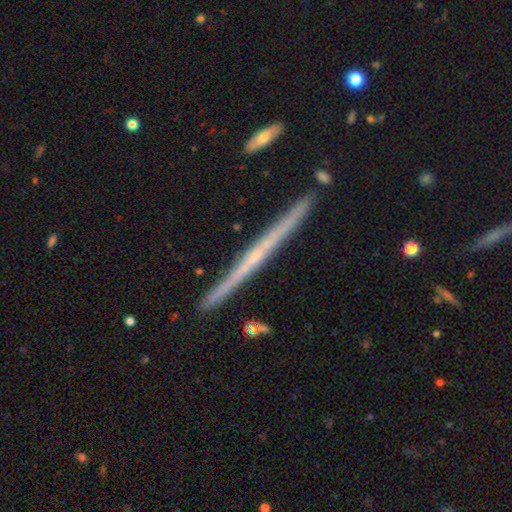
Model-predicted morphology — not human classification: The model was most divided on "edge-on bulge": none: 72%, rounded: 24%, boxy: 5%. More confident: edge-on disk — yes (98%); merging — none (92%); smooth or featured — featured or disk (71%).